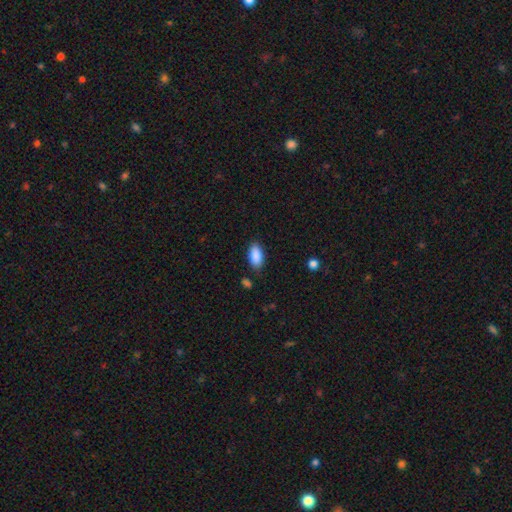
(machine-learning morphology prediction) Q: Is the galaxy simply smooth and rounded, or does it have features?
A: smooth — 88%.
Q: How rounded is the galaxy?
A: in between — 92%.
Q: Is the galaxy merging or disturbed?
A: none — 82%.